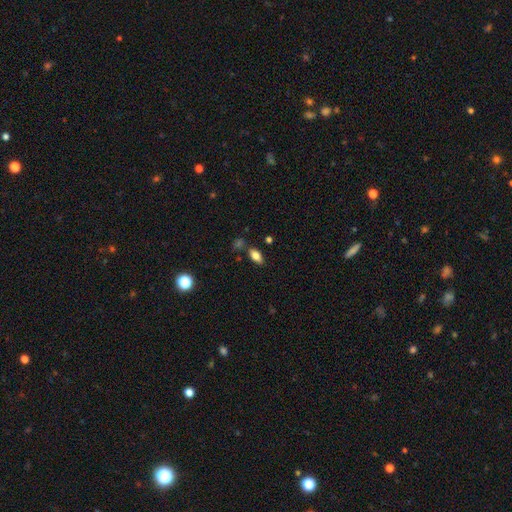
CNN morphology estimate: Smooth or featured? Predicted: smooth (p=0.77). How rounded? Predicted: in between (p=0.89). Merging? Predicted: none (p=0.78).